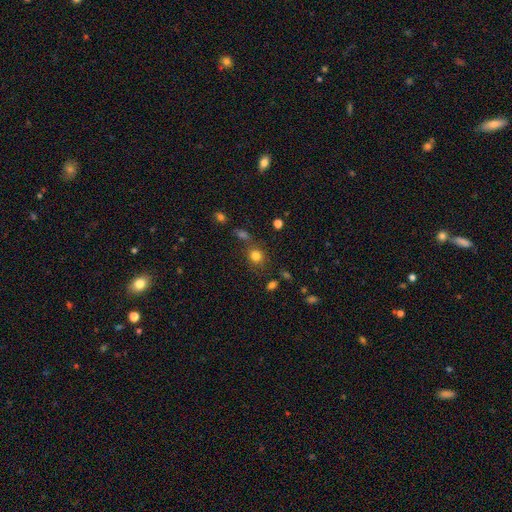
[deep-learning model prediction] Smooth or featured? smooth (80%)
How rounded? round (78%)
Merging? none (73%)